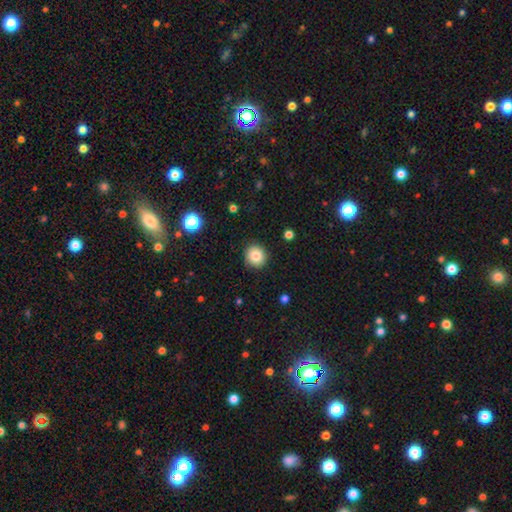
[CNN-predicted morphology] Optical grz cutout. It shows a smooth galaxy with no disk features (83%) that is round (91%). Merging: none (90%).